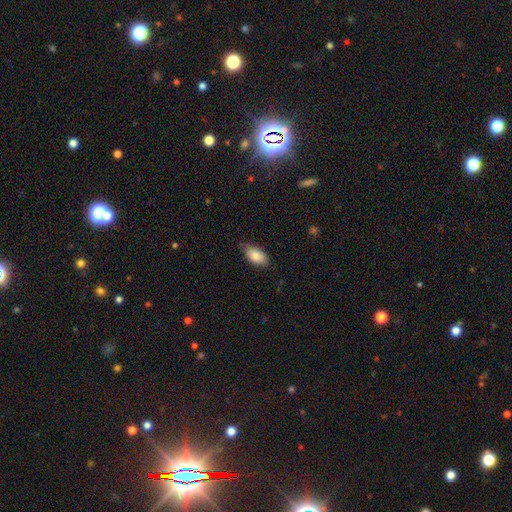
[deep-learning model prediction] smooth-or-featured: smooth: 86% | featured or disk: 7% | star or artifact: 7%
  how-rounded: in between: 93% | round: 4% | cigar-shaped: 3%
  merging: none: 71% | minor disturbance: 24% | major disturbance: 4% | merger: 1%